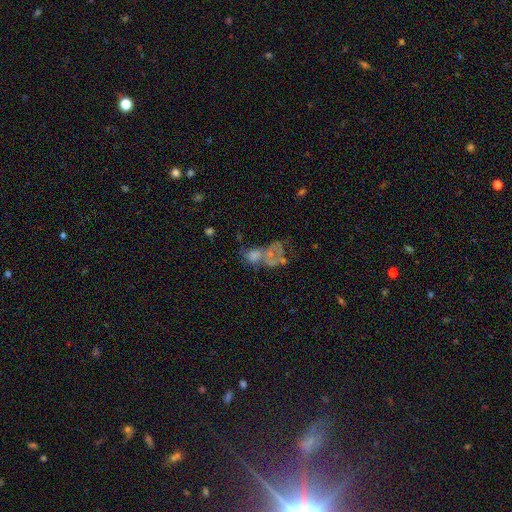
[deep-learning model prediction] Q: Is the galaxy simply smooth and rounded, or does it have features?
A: smooth — 43%.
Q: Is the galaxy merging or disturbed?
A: merger — 59%.